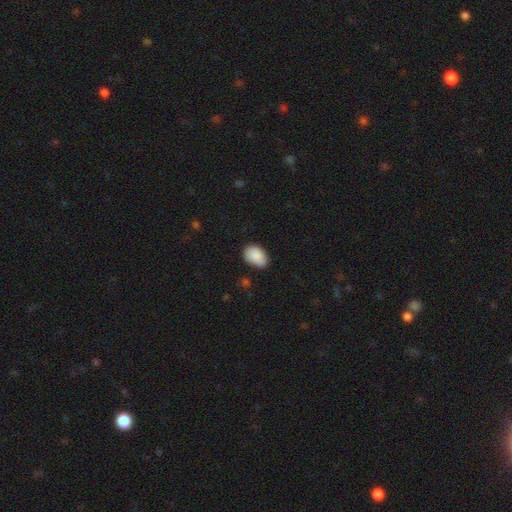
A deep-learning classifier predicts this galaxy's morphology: Smooth or featured? smooth (88%)
How rounded? in between (85%)
Merging? none (70%)